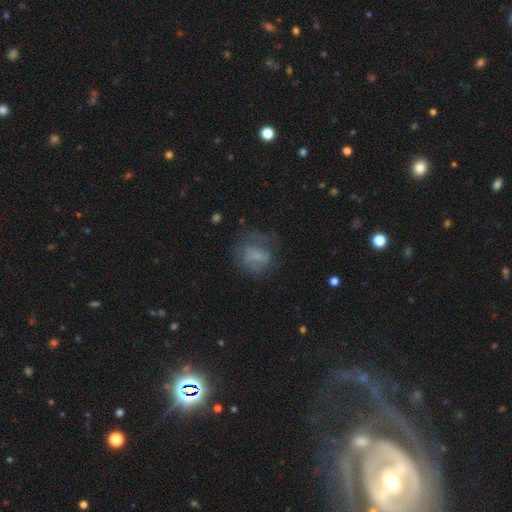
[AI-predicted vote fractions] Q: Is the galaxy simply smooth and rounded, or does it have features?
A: smooth — 52%.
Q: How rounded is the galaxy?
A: round — 54%.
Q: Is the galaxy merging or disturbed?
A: none — 47%.